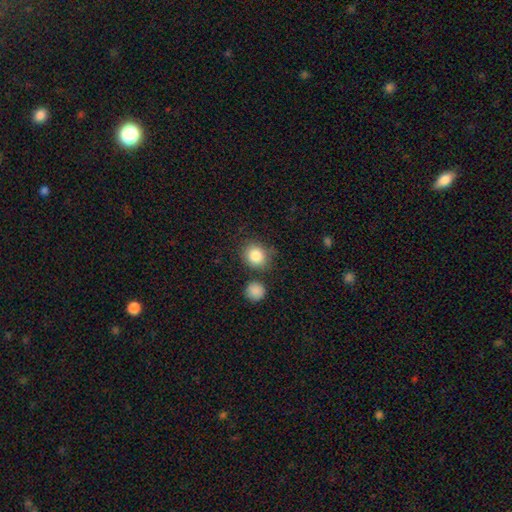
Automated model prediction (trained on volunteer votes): smooth-or-featured: smooth: 86% | star or artifact: 9% | featured or disk: 6%
  how-rounded: round: 76% | in between: 23% | cigar-shaped: 1%
  merging: none: 73% | minor disturbance: 14% | merger: 9% | major disturbance: 4%